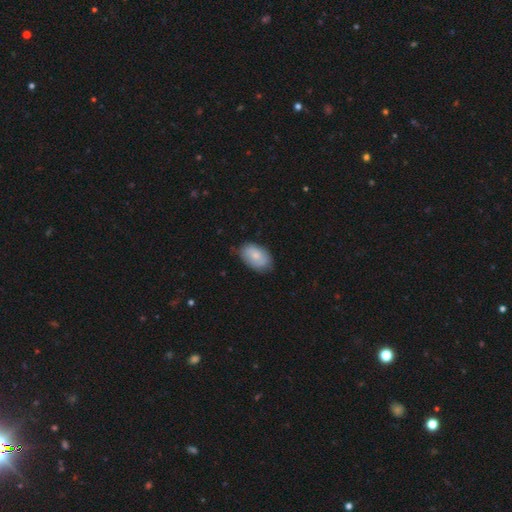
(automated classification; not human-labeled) smooth_or_featured: smooth (p=0.77) [alt: featured or disk p=0.17]
how_rounded: in between (p=0.92) [alt: round p=0.07]
merging: none (p=0.76) [alt: minor disturbance p=0.19]